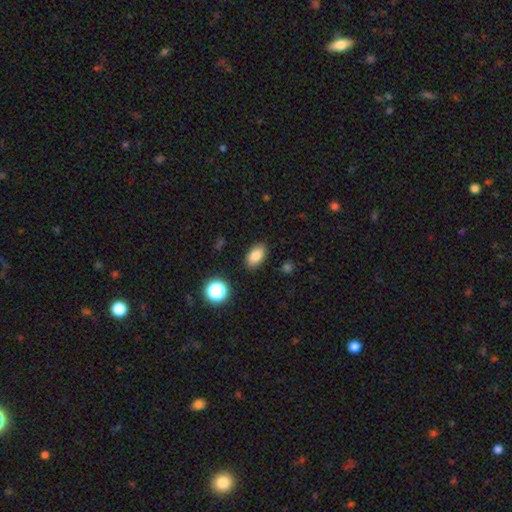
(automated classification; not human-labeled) This appears to be a smooth galaxy with no disk features (83%) that is in between round and cigar-shaped (89%). Merging: none (87%).